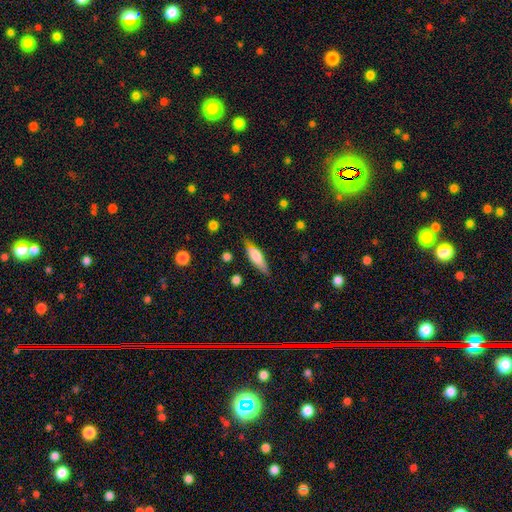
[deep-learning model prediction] Overall: smooth (62%; featured or disk 32%). How rounded: cigar-shaped (53%; in between 45%). Merging: none (77%).